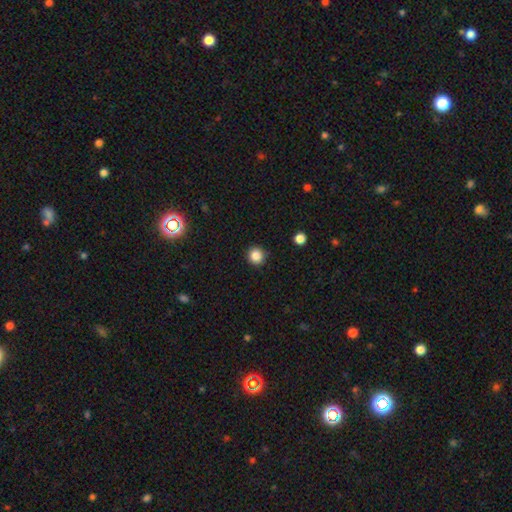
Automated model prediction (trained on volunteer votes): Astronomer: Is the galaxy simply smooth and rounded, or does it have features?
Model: smooth — 85%.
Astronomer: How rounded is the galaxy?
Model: round — 94%.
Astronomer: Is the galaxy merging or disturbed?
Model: none — 91%.